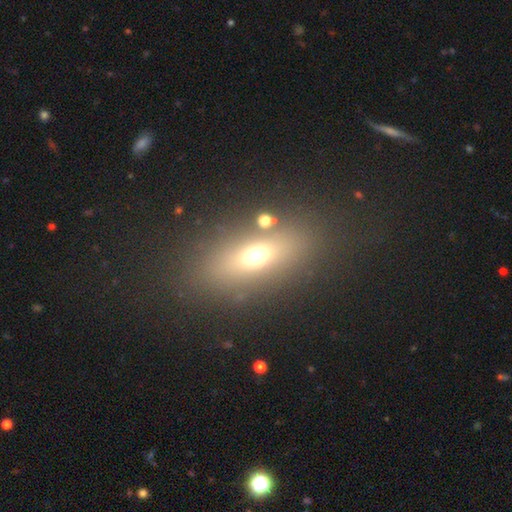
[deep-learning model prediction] This is likely a smooth galaxy (61%). How rounded: likely in between (71%). Merging: likely none (79%).